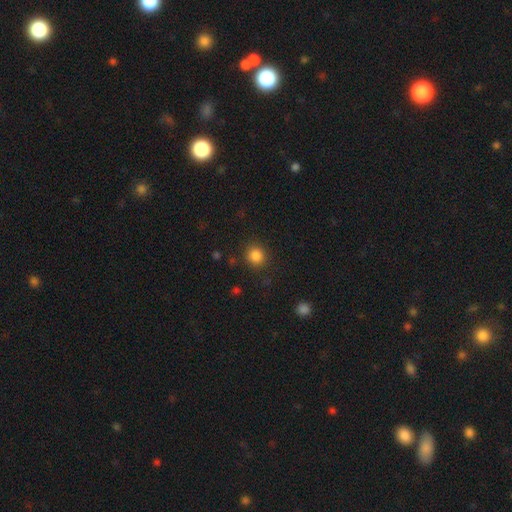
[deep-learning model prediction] A smooth galaxy with no disk features (85%) that is round (86%).

Vote fractions:
- Smooth or featured? smooth: 85% / star or artifact: 11% / featured or disk: 4%
- How rounded? round: 86% / in between: 13% / cigar-shaped: 1%
- Merging? none: 87% / minor disturbance: 8% / major disturbance: 3% / merger: 2%